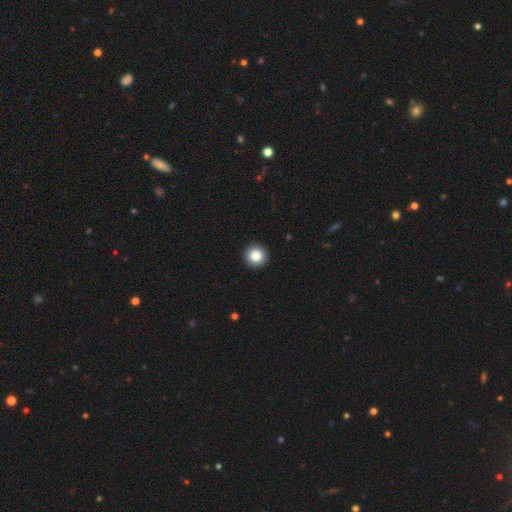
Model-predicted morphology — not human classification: smooth_or_featured: smooth (p=0.85) [alt: star or artifact p=0.09]
how_rounded: round (p=0.95) [alt: in between p=0.04]
merging: none (p=0.94) [alt: minor disturbance p=0.04]